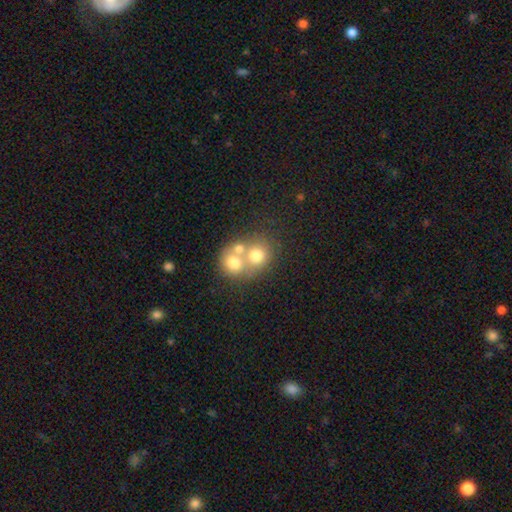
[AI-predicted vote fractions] Smooth or featured? smooth (65%)
How rounded? round (76%)
Merging? merger (62%)